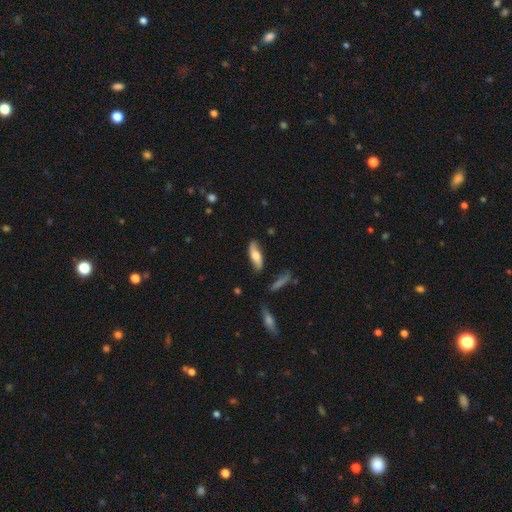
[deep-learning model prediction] smooth 59%, featured or disk 35%, star or artifact 7%. Down the decision tree: how rounded — in between (55%); merging — none (75%).